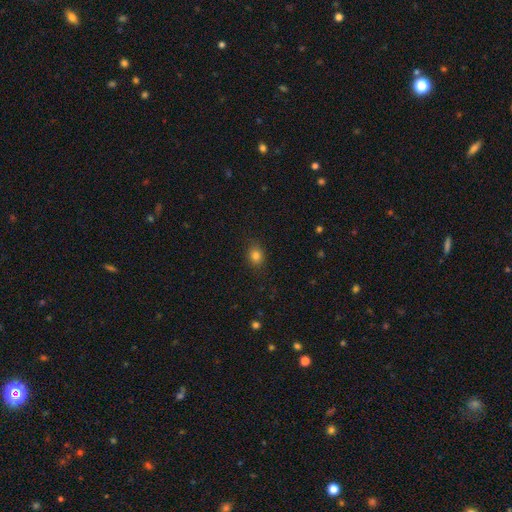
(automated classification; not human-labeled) A smooth galaxy with no disk features (82%) that is round (51%).

Vote fractions:
- Smooth or featured? smooth: 82% / star or artifact: 12% / featured or disk: 6%
- How rounded? round: 51% / in between: 48% / cigar-shaped: 1%
- Merging? none: 86% / minor disturbance: 10% / major disturbance: 3% / merger: 1%